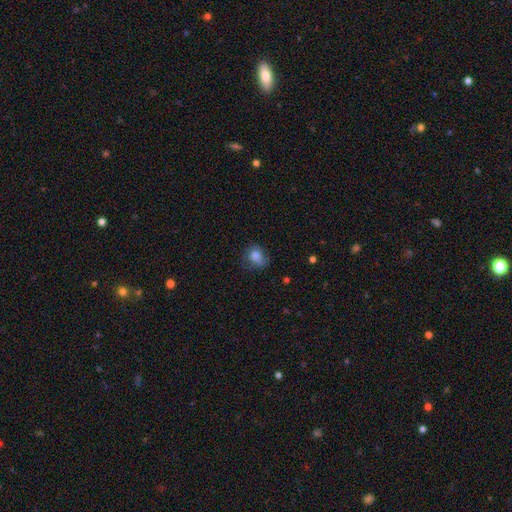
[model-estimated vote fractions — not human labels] Overall: smooth (79%). How rounded: round (54%; in between 45%). Merging: none (60%; minor disturbance 28%).